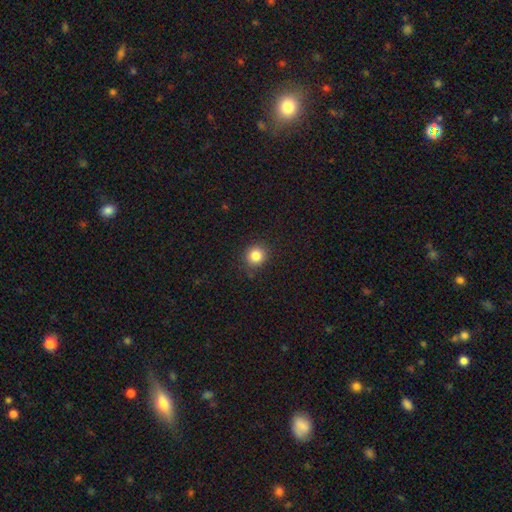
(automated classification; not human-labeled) Smooth or featured? Predicted: smooth (p=0.84). How rounded? Predicted: round (p=0.90). Merging? Predicted: none (p=0.89).